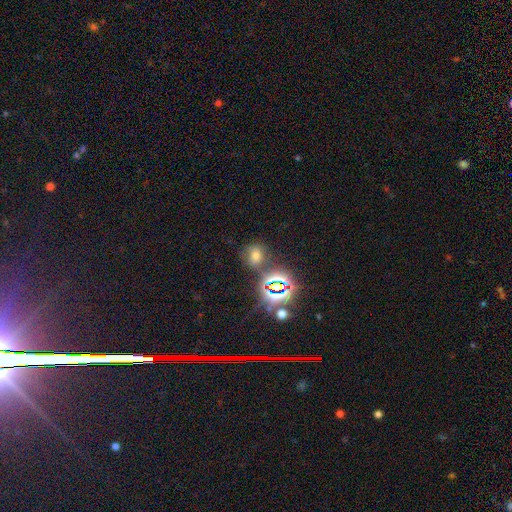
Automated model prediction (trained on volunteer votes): A smooth galaxy with no disk features (47%).

Vote fractions:
- Smooth or featured? smooth: 47% / star or artifact: 41% / featured or disk: 12%
- Merging? none: 69% / minor disturbance: 15% / merger: 9% / major disturbance: 7%